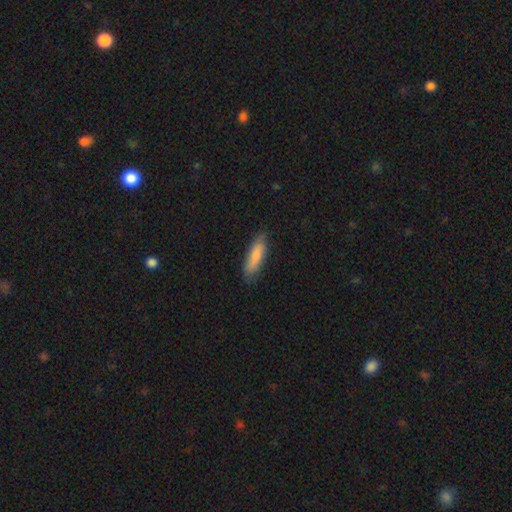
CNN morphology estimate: smooth-or-featured: smooth: 83% | featured or disk: 11% | star or artifact: 5%
  how-rounded: cigar-shaped: 60% | in between: 38% | round: 2%
  merging: none: 79% | minor disturbance: 17% | major disturbance: 3% | merger: 1%